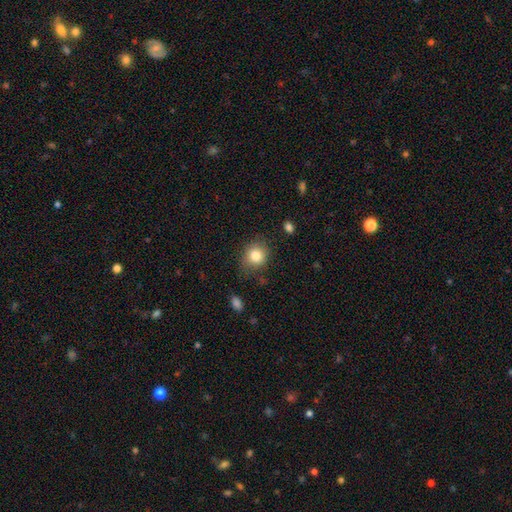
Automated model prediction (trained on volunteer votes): Smooth or featured?
  - smooth: 82% *
  - star or artifact: 10%
  - featured or disk: 8%
How rounded?
  - round: 75% *
  - in between: 24%
  - cigar-shaped: 1%
Merging?
  - none: 78% *
  - minor disturbance: 16%
  - major disturbance: 4%
  - merger: 2%